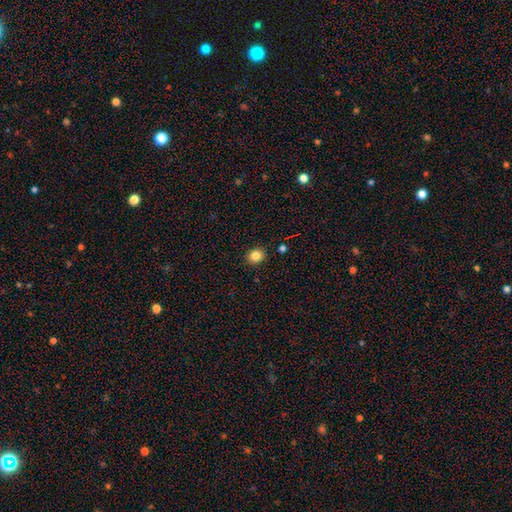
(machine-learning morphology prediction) type=smooth (84%); roundness=round (67%); merging=none (89%).